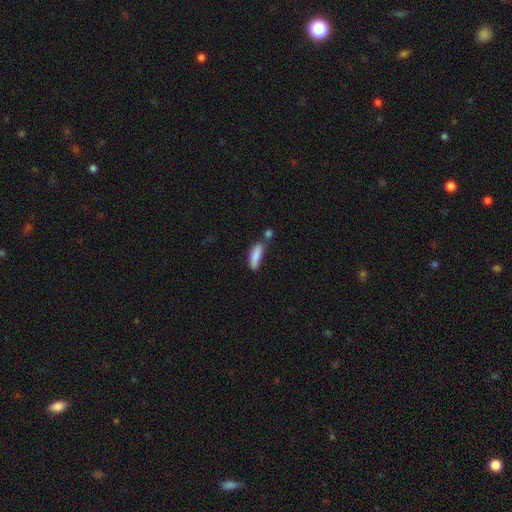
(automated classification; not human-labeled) smooth_or_featured: smooth (p=0.84) [alt: featured or disk p=0.09]
how_rounded: in between (p=0.59) [alt: cigar-shaped p=0.39]
merging: none (p=0.54) [alt: minor disturbance p=0.21]